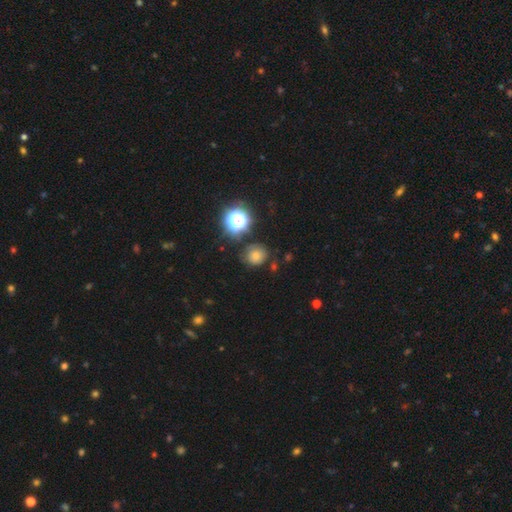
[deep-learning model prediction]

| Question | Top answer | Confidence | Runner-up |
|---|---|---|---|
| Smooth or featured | smooth | 67% | star or artifact (21%) |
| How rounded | round | 85% | in between (14%) |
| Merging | none | 76% | minor disturbance (15%) |